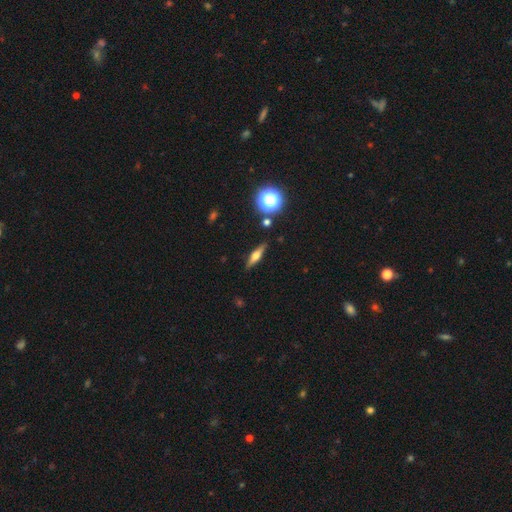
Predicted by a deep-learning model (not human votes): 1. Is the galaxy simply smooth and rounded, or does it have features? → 54% featured or disk, 36% smooth, 10% star or artifact.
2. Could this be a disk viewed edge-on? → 93% yes, 7% no.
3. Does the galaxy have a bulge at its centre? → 91% rounded, 6% boxy, 3% none.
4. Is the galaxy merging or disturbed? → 87% none, 9% minor disturbance, 2% merger, 2% major disturbance.